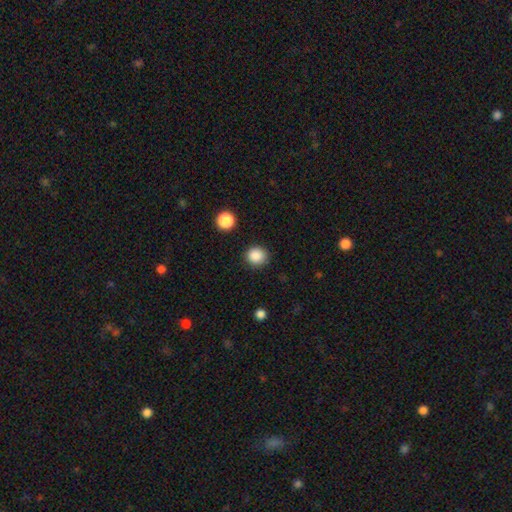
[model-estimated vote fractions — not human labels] smooth-or-featured: smooth: 87% | star or artifact: 10% | featured or disk: 3%
  how-rounded: round: 88% | in between: 11% | cigar-shaped: 1%
  merging: none: 88% | minor disturbance: 8% | major disturbance: 3% | merger: 2%